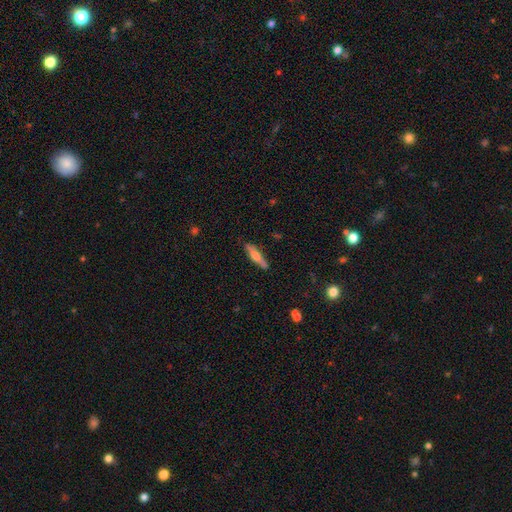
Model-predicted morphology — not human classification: This is possibly a featured or disk galaxy (48%). Merging: clearly none (84%).